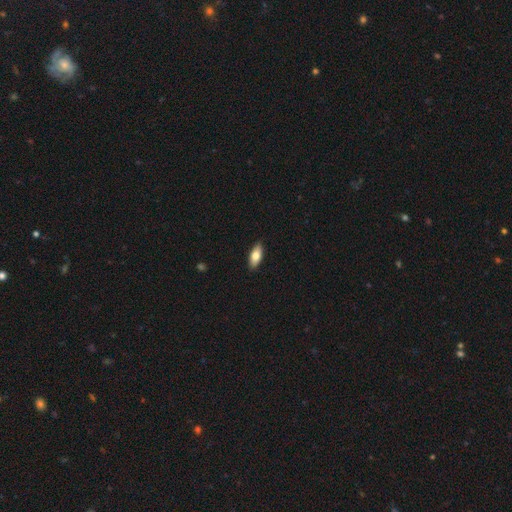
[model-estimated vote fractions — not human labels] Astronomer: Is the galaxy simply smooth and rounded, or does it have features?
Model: smooth — 77%.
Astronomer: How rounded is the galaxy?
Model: in between — 81%.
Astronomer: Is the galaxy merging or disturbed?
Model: none — 90%.